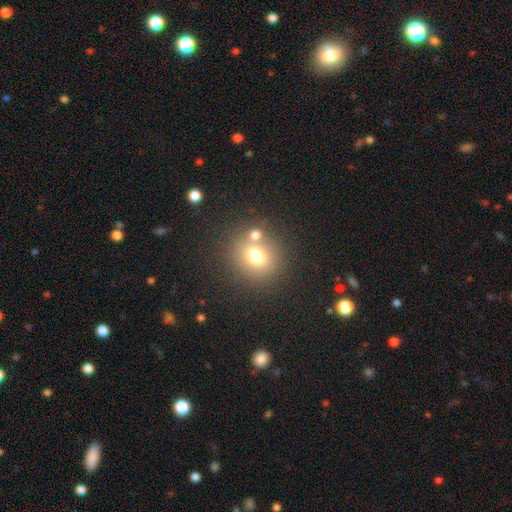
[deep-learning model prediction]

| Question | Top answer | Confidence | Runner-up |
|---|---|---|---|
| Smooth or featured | smooth | 71% | star or artifact (15%) |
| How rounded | round | 79% | in between (20%) |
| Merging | none | 63% | merger (24%) |